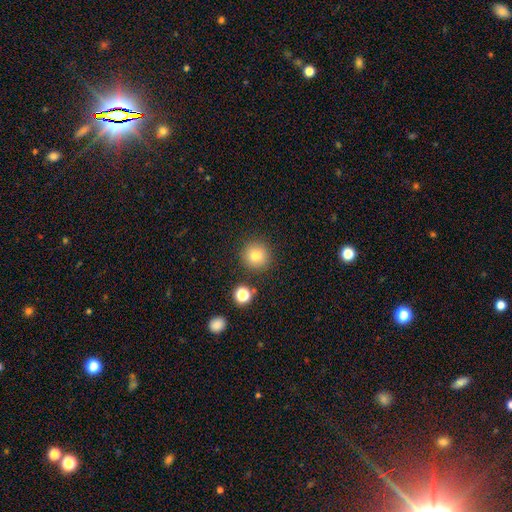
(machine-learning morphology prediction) smooth-or-featured: smooth: 80% | star or artifact: 12% | featured or disk: 8%
  how-rounded: round: 95% | in between: 4% | cigar-shaped: 1%
  merging: none: 87% | minor disturbance: 7% | merger: 3% | major disturbance: 2%